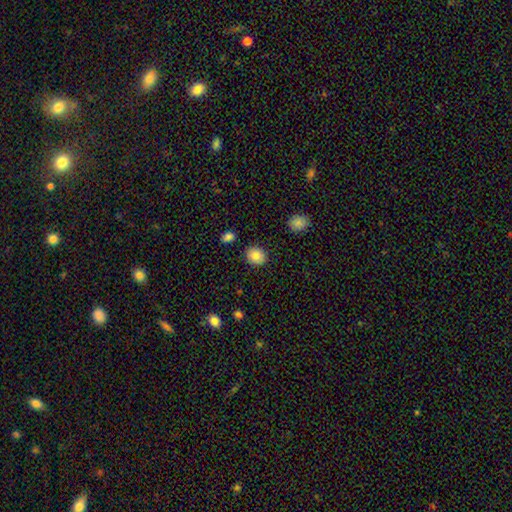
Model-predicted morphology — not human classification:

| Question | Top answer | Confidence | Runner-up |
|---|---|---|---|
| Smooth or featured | smooth | 85% | star or artifact (8%) |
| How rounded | round | 69% | in between (30%) |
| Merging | none | 88% | minor disturbance (8%) |